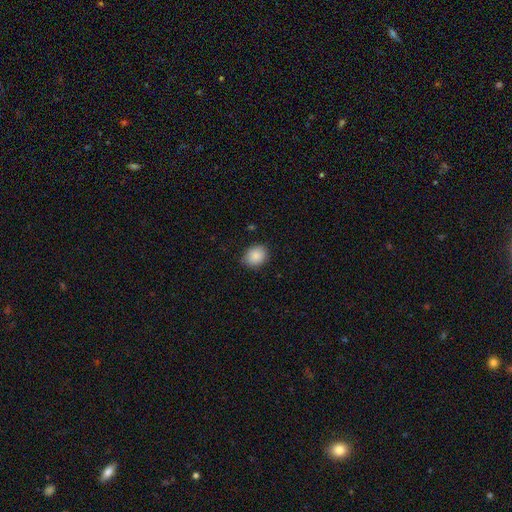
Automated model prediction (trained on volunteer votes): The model was most divided on "how rounded": round: 52%, in between: 47%, cigar-shaped: 1%. More confident: smooth or featured — smooth (88%); merging — none (82%).